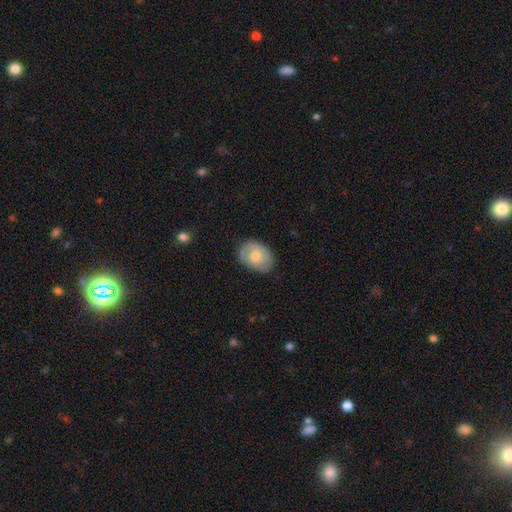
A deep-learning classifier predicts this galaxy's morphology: The model was most divided on "smooth or featured": smooth: 56%, featured or disk: 37%, star or artifact: 7%. More confident: merging — none (74%); how rounded — in between (70%).